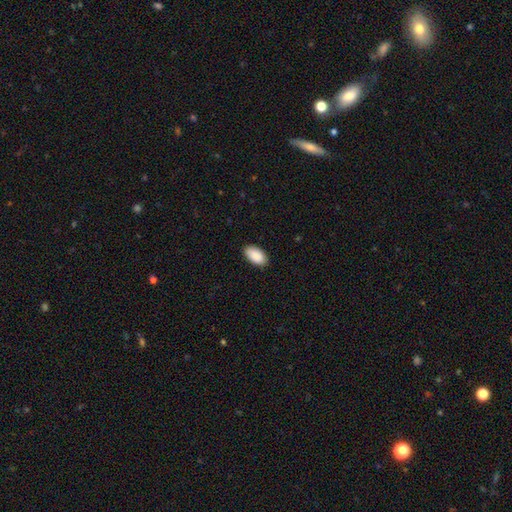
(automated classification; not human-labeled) A smooth galaxy with no disk features (91%) that is in between round and cigar-shaped (96%). Merging: none (88%).